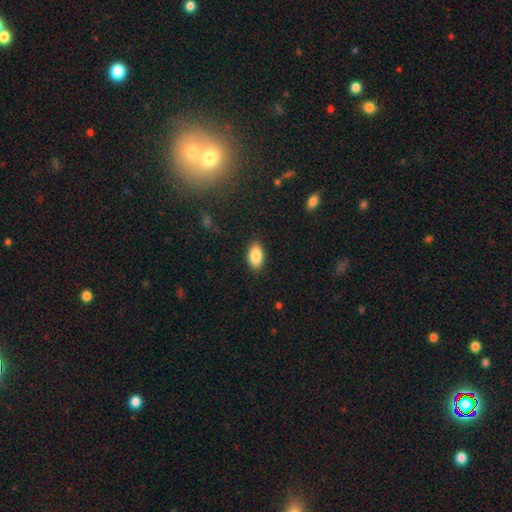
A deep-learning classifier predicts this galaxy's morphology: smooth-or-featured: smooth: 87% | star or artifact: 7% | featured or disk: 6%
  how-rounded: in between: 93% | round: 5% | cigar-shaped: 2%
  merging: none: 88% | minor disturbance: 9% | major disturbance: 2% | merger: 1%